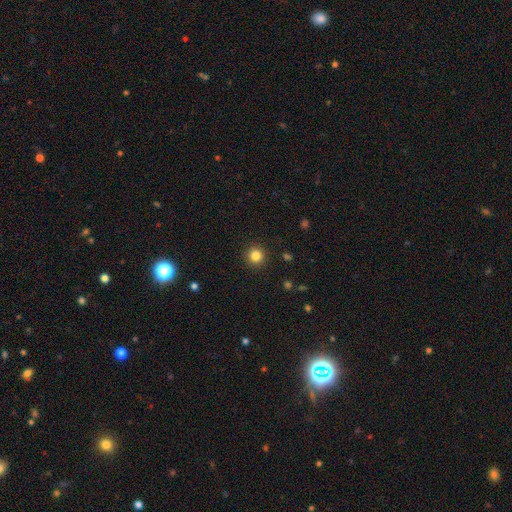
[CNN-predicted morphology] Smooth or featured: smooth — 83% (star or artifact — 12%)
How rounded: round — 95% (in between — 4%)
Merging: none — 92% (minor disturbance — 5%)